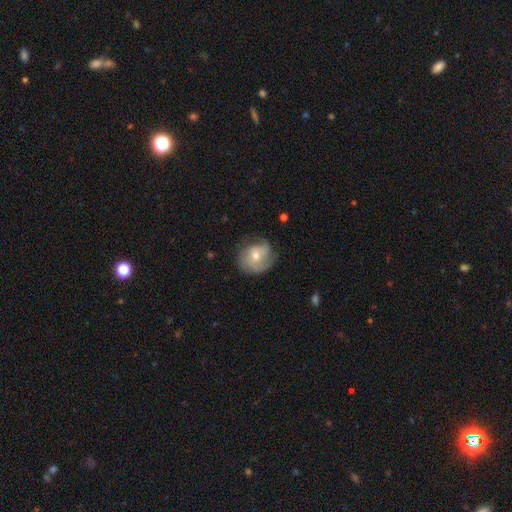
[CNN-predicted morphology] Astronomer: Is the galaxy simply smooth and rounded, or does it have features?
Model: featured or disk — 58% (runner-up: smooth, 35%).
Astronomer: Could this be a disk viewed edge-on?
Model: no — 97%.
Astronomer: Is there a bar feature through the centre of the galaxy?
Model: no — 70%.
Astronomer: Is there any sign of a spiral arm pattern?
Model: yes — 81%.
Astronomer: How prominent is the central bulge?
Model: moderate — 55% (runner-up: small, 41%).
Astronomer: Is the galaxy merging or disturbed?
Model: none — 63%.